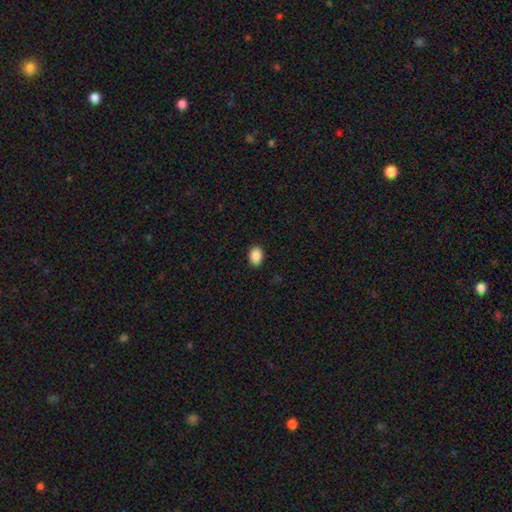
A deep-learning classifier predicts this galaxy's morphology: This is clearly a smooth galaxy (88%). How rounded: likely in between (72%). Merging: clearly none (90%).